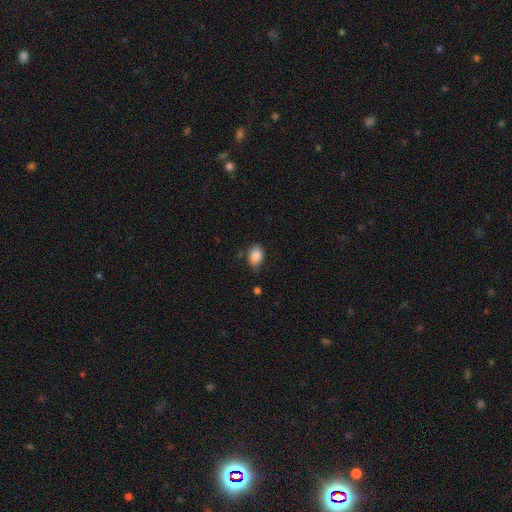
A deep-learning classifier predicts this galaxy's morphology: Smooth or featured? Predicted: smooth (p=0.87). How rounded? Predicted: in between (p=0.77). Merging? Predicted: none (p=0.70).